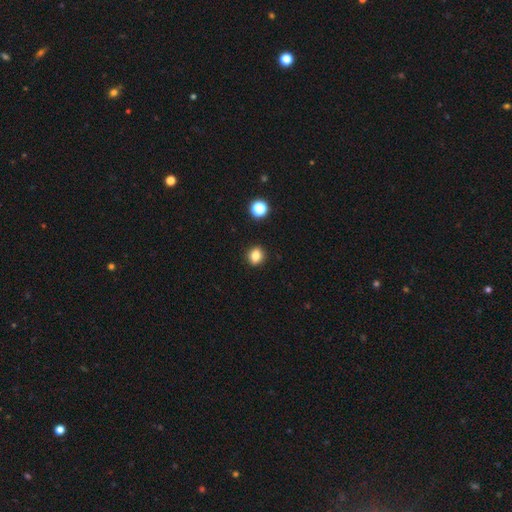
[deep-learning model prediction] Smooth or featured: smooth — 81% (star or artifact — 12%)
How rounded: round — 69% (in between — 30%)
Merging: none — 91% (minor disturbance — 6%)